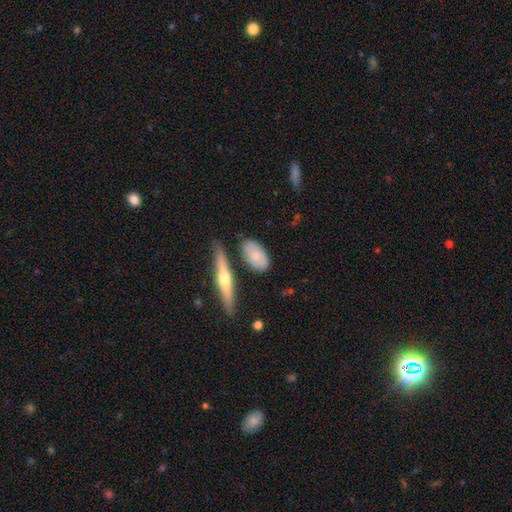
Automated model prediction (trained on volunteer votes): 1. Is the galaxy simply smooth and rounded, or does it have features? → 74% smooth, 20% featured or disk, 6% star or artifact.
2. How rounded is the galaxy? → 88% in between, 7% cigar-shaped, 5% round.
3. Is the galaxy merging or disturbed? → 72% none, 18% minor disturbance, 6% merger, 4% major disturbance.